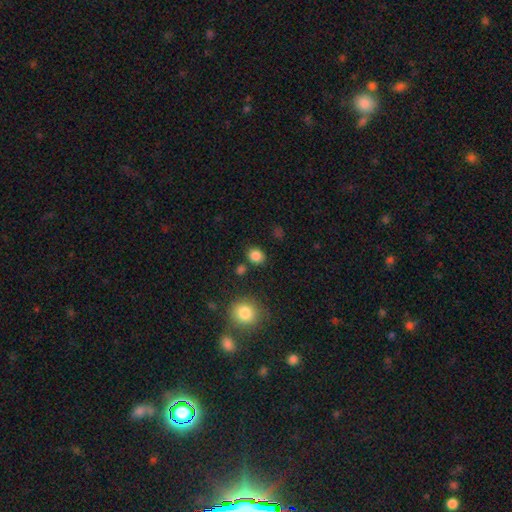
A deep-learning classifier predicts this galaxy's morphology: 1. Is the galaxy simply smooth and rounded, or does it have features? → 84% smooth, 11% star or artifact, 4% featured or disk.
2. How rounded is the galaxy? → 67% round, 32% in between, 1% cigar-shaped.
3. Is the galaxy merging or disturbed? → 82% none, 9% minor disturbance, 6% merger, 3% major disturbance.